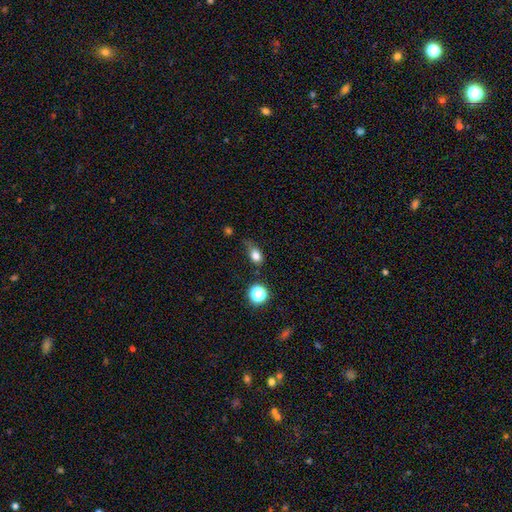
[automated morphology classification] Overall: smooth (80%). How rounded: in between (68%; round 29%). Merging: none (54%; minor disturbance 32%).